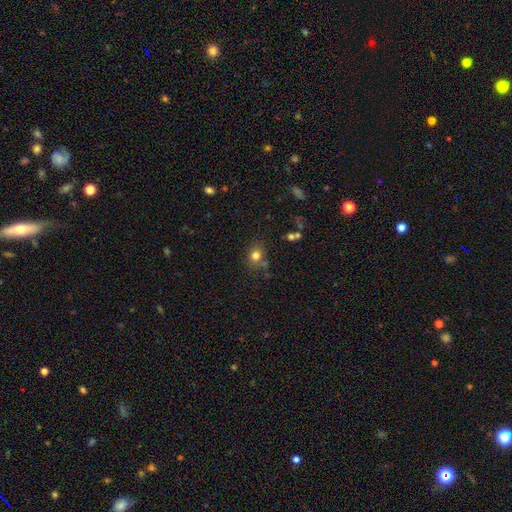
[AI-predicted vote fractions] Smooth or featured: smooth — 79% (star or artifact — 13%)
How rounded: round — 70% (in between — 29%)
Merging: none — 73% (minor disturbance — 15%)